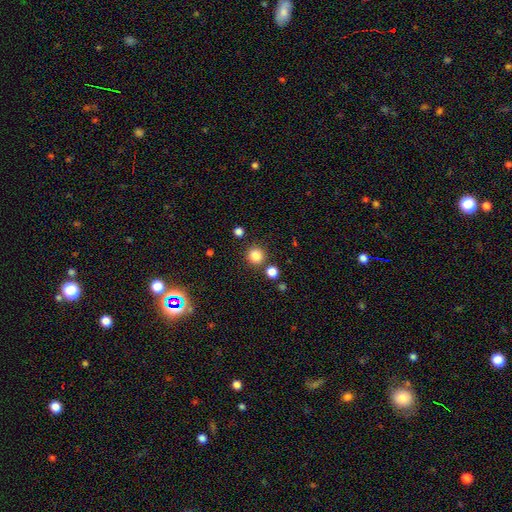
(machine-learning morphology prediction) Smooth or featured?
  - smooth: 83% *
  - star or artifact: 13%
  - featured or disk: 4%
How rounded?
  - round: 94% *
  - in between: 5%
  - cigar-shaped: 1%
Merging?
  - none: 85% *
  - minor disturbance: 6%
  - merger: 6%
  - major disturbance: 2%